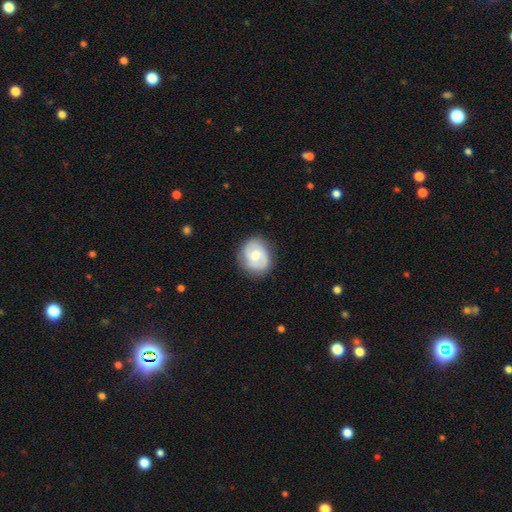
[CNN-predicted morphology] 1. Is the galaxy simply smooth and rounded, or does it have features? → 58% featured or disk, 35% smooth, 6% star or artifact.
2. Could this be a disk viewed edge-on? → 98% no, 2% yes.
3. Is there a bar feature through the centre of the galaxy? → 48% weak, 43% no, 9% strong.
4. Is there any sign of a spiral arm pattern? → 86% yes, 14% no.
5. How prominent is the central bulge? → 57% moderate, 30% small, 7% large, 4% none, 1% dominant.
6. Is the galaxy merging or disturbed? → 80% none, 14% minor disturbance, 4% major disturbance, 1% merger.